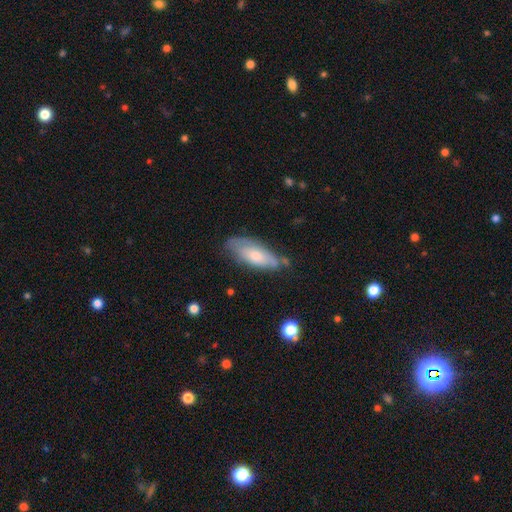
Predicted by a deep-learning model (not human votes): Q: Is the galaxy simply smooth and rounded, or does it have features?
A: smooth — 58%.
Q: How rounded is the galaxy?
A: in between — 75%.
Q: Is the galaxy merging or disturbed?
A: none — 59%.